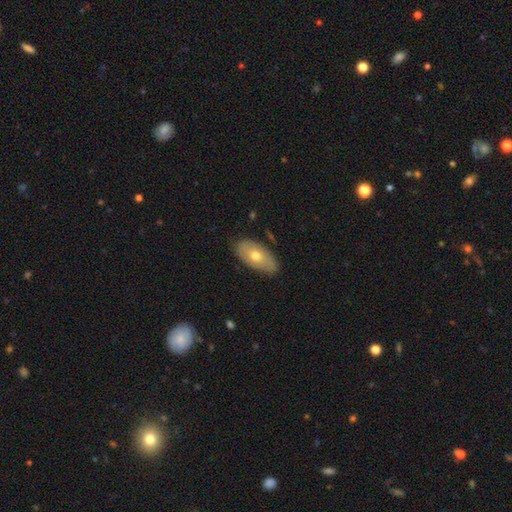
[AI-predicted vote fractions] Smooth or featured? smooth (56%)
How rounded? in between (93%)
Merging? none (80%)